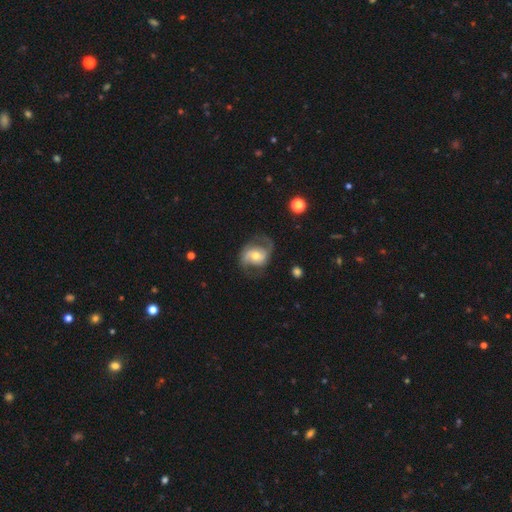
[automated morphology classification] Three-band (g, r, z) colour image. It shows a featured or disk galaxy (78%) with no bar (54%), 2 (85%) medium (47%) spiral arms (92%) and a moderate central bulge (61%). Merging: none (64%).